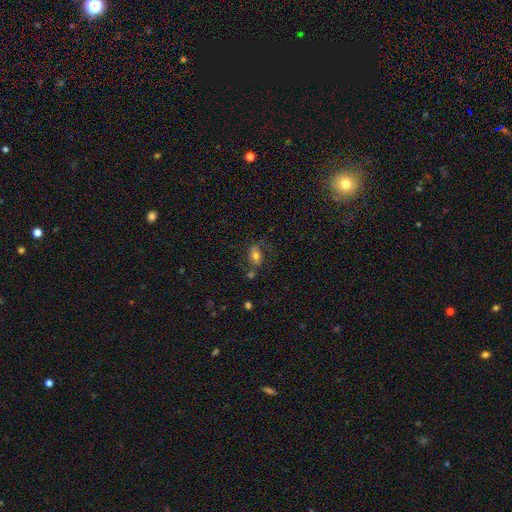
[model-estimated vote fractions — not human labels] The model was most divided on "merging": none: 55%, minor disturbance: 20%, merger: 14%, major disturbance: 12%. More confident: how rounded — in between (82%); smooth or featured — smooth (67%).